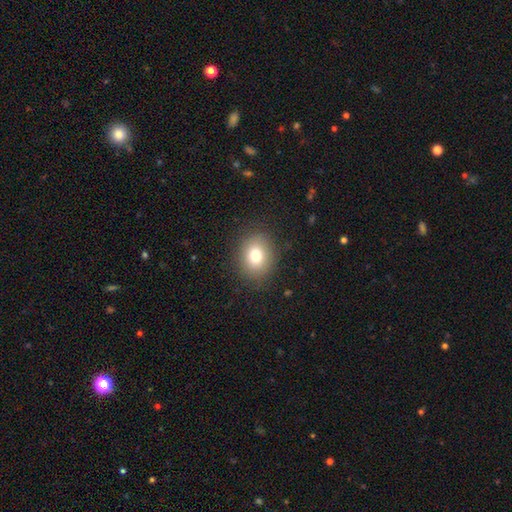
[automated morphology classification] This appears to be a smooth galaxy with no disk features (78%) that is in between round and cigar-shaped (50%, tied with round). Merging: none (85%).